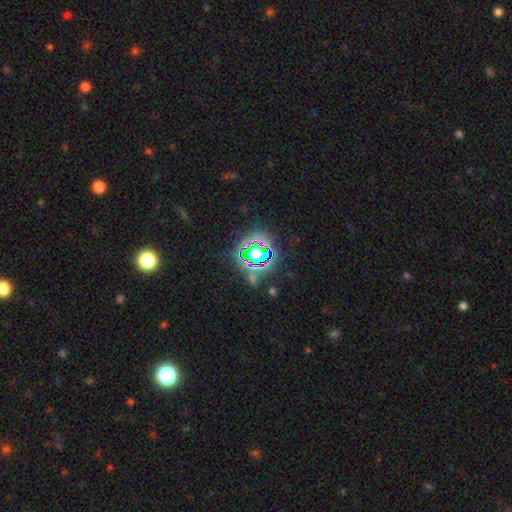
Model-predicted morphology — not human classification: The model was most divided on "smooth or featured": star or artifact: 66%, smooth: 21%, featured or disk: 13%.